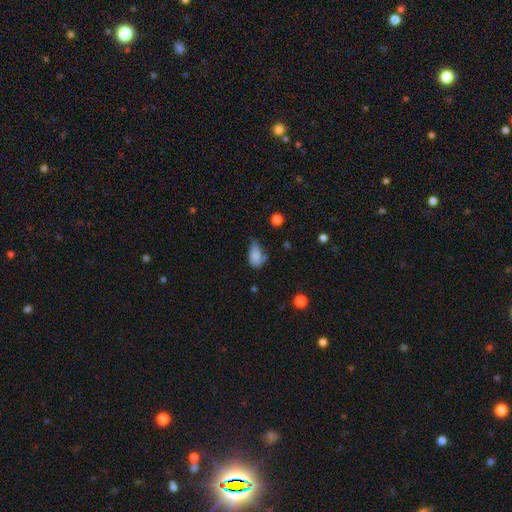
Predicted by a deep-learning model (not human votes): Morphology: type=smooth (76%); roundness=in between (89%); merging=minor disturbance (41%).